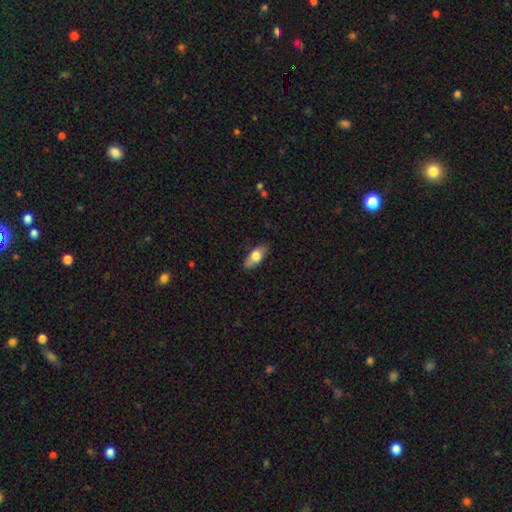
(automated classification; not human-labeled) This is likely a smooth galaxy (70%). How rounded: clearly in between (81%). Merging: likely none (80%).